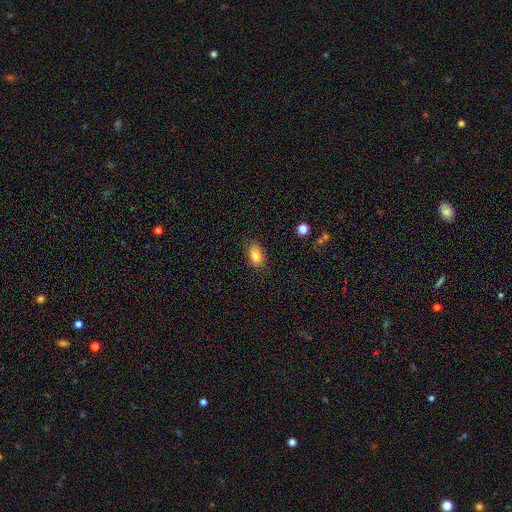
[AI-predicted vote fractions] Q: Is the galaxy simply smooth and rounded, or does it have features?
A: smooth — 83%.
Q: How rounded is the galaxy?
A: in between — 86%.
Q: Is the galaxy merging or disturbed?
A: none — 82%.